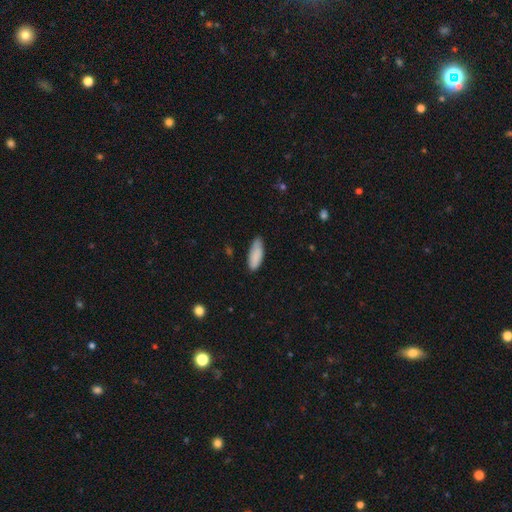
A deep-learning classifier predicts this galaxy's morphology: Smooth or featured: smooth — 88% (featured or disk — 6%)
How rounded: in between — 71% (cigar-shaped — 28%)
Merging: none — 74% (minor disturbance — 21%)